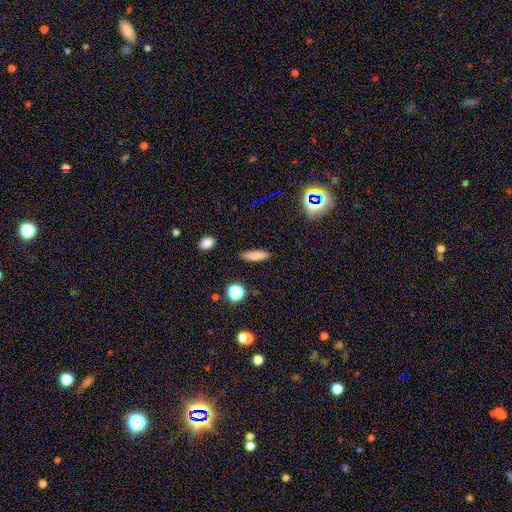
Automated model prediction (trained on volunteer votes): smooth-or-featured: smooth: 80% | star or artifact: 10% | featured or disk: 9%
  how-rounded: cigar-shaped: 56% | in between: 41% | round: 3%
  merging: none: 88% | minor disturbance: 8% | major disturbance: 2% | merger: 1%